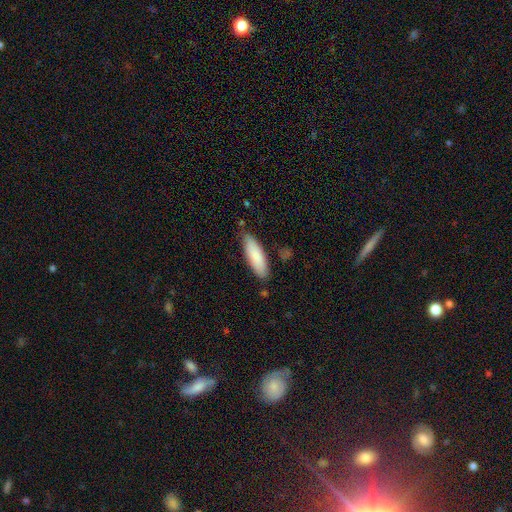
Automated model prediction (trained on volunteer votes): This is clearly a smooth galaxy (86%). How rounded: possibly cigar-shaped (50%). Merging: clearly none (80%).